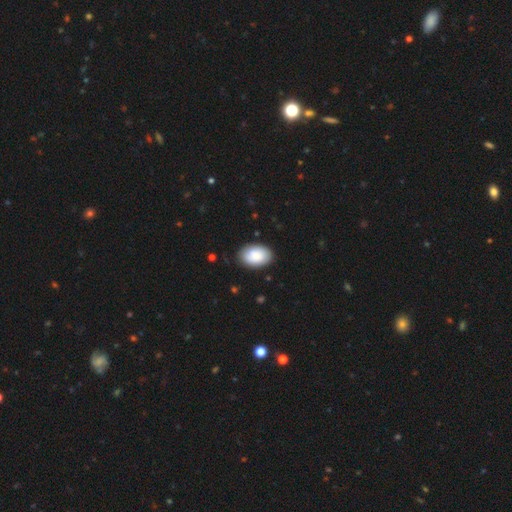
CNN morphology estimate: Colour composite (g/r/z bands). It shows a smooth galaxy with no disk features (86%) that is in between round and cigar-shaped (91%). Merging: none (86%).